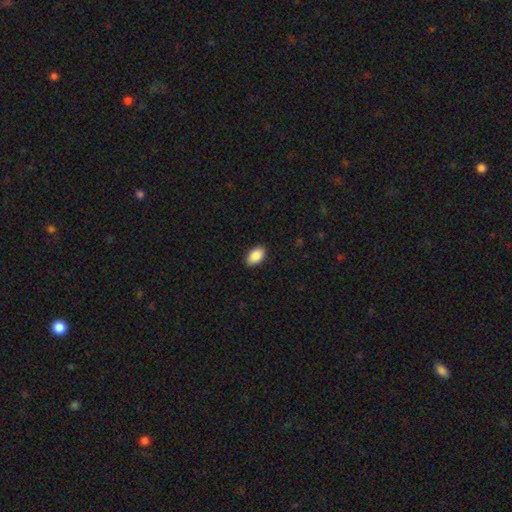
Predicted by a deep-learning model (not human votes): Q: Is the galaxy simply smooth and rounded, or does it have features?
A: smooth — 90%.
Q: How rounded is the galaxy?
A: in between — 93%.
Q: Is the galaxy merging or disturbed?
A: none — 90%.